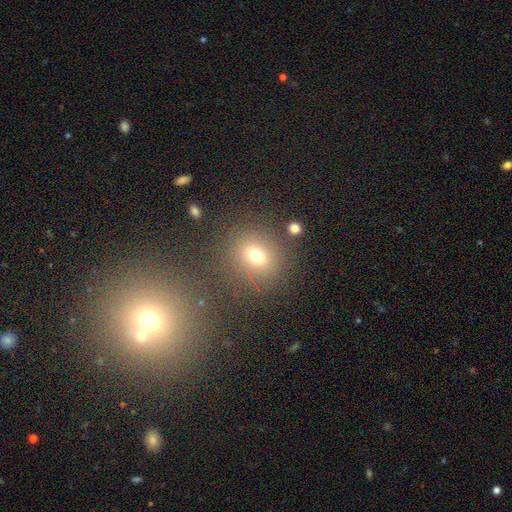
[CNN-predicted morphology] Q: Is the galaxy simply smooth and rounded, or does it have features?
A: smooth — 71%.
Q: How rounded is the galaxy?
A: round — 69%.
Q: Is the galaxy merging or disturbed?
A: none — 79%.